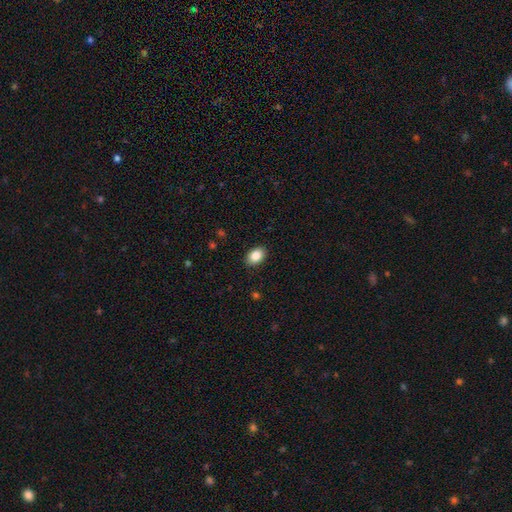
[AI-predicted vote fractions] Smooth or featured?
  - smooth: 87% *
  - star or artifact: 8%
  - featured or disk: 5%
How rounded?
  - in between: 84% *
  - round: 15%
  - cigar-shaped: 1%
Merging?
  - none: 89% *
  - minor disturbance: 8%
  - major disturbance: 2%
  - merger: 1%